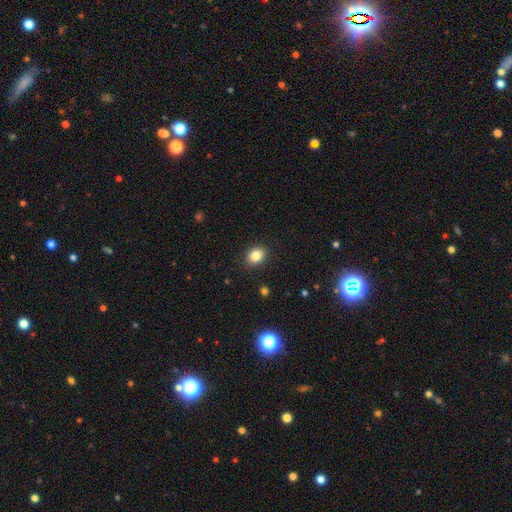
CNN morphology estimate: Smooth or featured?
  - smooth: 84% *
  - star or artifact: 10%
  - featured or disk: 7%
How rounded?
  - in between: 58% *
  - round: 41%
  - cigar-shaped: 1%
Merging?
  - none: 89% *
  - minor disturbance: 8%
  - major disturbance: 2%
  - merger: 1%